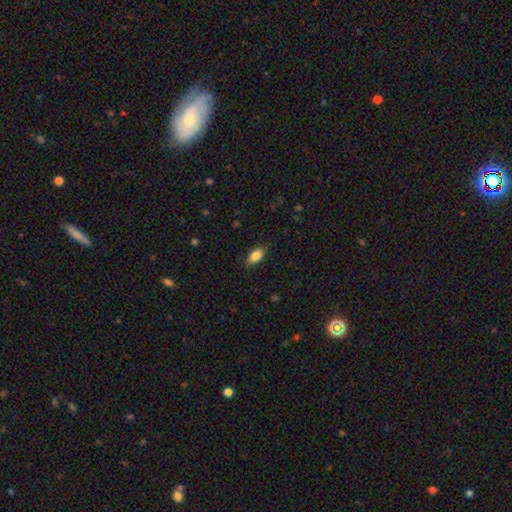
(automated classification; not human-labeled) smooth 86%, star or artifact 8%, featured or disk 6%. Down the decision tree: how rounded — in between (90%); merging — none (85%).